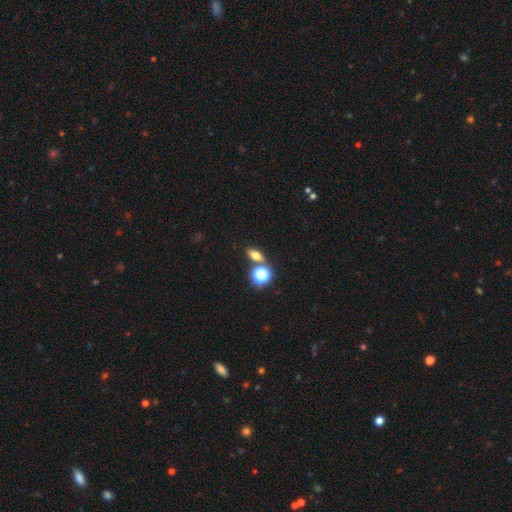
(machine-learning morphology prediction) A smooth galaxy with no disk features (62%) that is in between round and cigar-shaped (66%). Merging: none (74%).